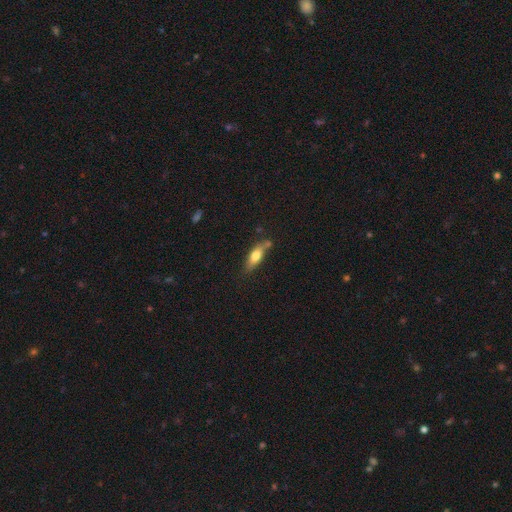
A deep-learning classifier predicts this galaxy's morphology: A smooth galaxy with no disk features (67%) that is in between round and cigar-shaped (59%).

Vote fractions:
- Smooth or featured? smooth: 67% / featured or disk: 26% / star or artifact: 7%
- How rounded? in between: 59% / cigar-shaped: 38% / round: 3%
- Merging? none: 60% / minor disturbance: 22% / merger: 12% / major disturbance: 6%